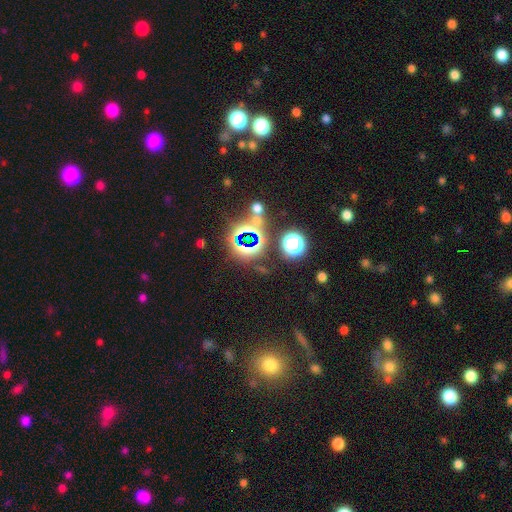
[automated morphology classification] A star or artifact, not a galaxy (78%).